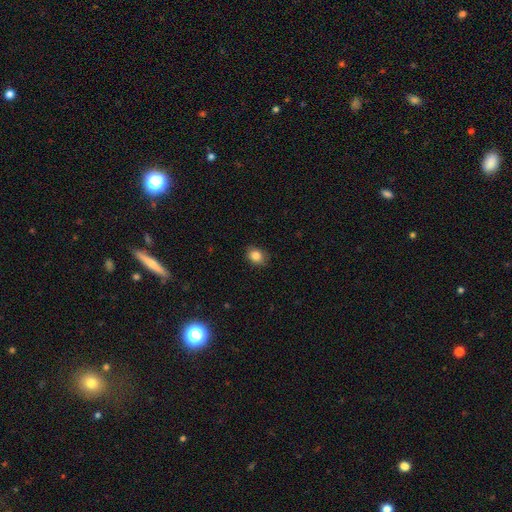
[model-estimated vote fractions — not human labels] smooth-or-featured: smooth: 85% | star or artifact: 9% | featured or disk: 6%
  how-rounded: in between: 59% | round: 40% | cigar-shaped: 1%
  merging: none: 84% | minor disturbance: 13% | major disturbance: 3% | merger: 1%